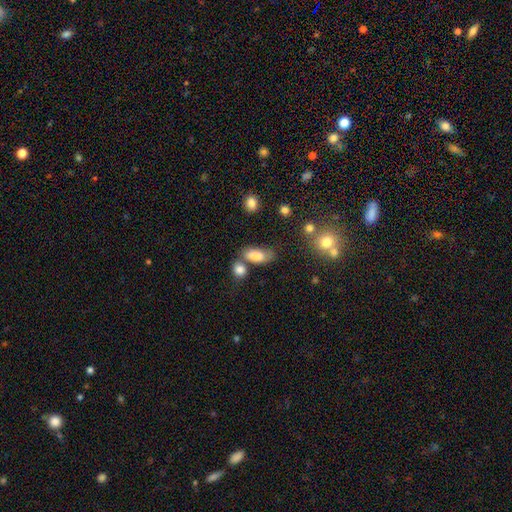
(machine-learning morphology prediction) smooth 82%, featured or disk 9%, star or artifact 9%. Down the decision tree: how rounded — in between (87%); merging — none (46%).